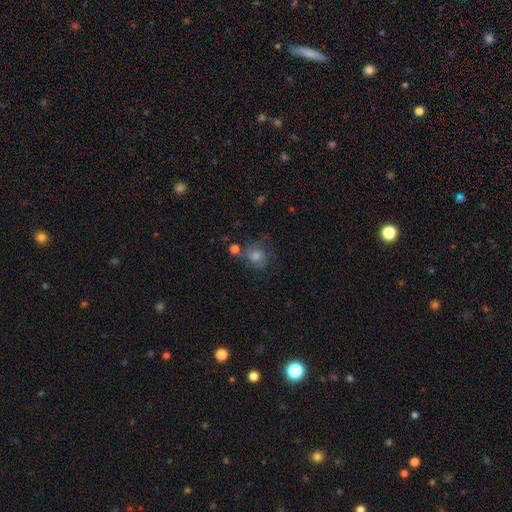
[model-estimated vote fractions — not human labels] A featured or disk galaxy (42%).

Vote fractions:
- Smooth or featured? featured or disk: 42% / smooth: 39% / star or artifact: 19%
- Merging? none: 61% / minor disturbance: 19% / major disturbance: 12% / merger: 8%